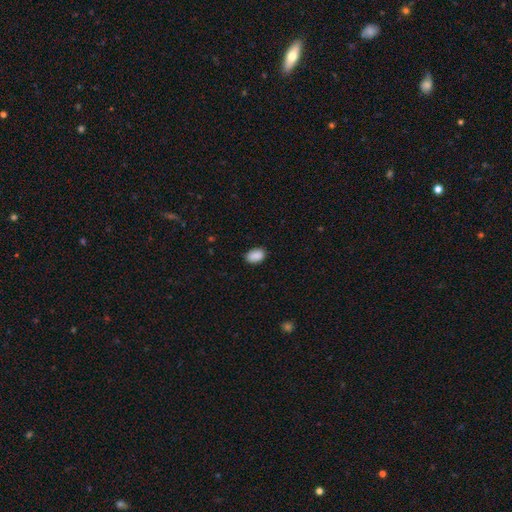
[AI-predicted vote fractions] Smooth or featured: smooth — 88% (star or artifact — 8%)
How rounded: in between — 86% (round — 12%)
Merging: none — 81% (minor disturbance — 15%)